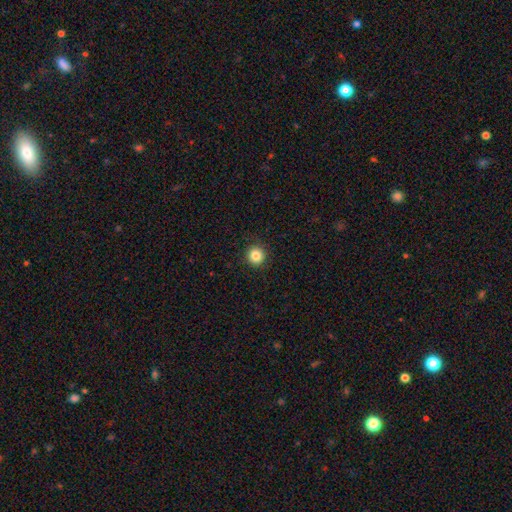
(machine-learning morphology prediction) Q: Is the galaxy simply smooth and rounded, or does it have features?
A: smooth — 84%.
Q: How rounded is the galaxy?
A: round — 94%.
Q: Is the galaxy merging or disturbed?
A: none — 92%.